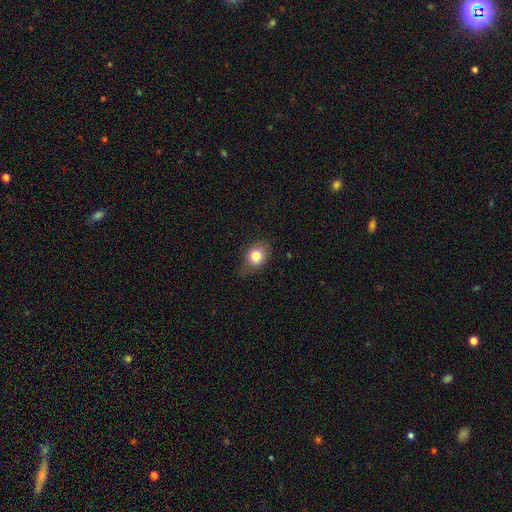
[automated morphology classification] Smooth or featured?
  - smooth: 79% *
  - featured or disk: 11%
  - star or artifact: 10%
How rounded?
  - in between: 54% *
  - round: 45%
  - cigar-shaped: 1%
Merging?
  - none: 60% *
  - minor disturbance: 30%
  - major disturbance: 8%
  - merger: 1%